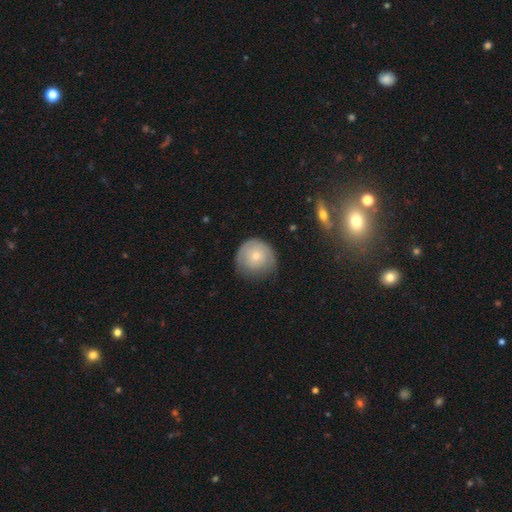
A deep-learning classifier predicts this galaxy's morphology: This appears to be a smooth galaxy with no disk features (64%) that is round (91%). Merging: none (66%).